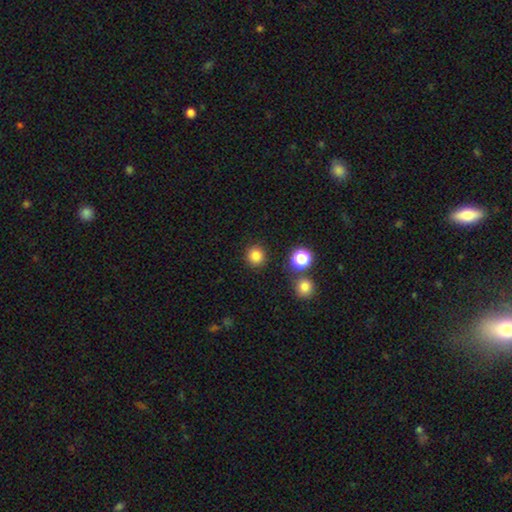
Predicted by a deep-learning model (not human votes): The model was most divided on "smooth or featured": smooth: 82%, star or artifact: 13%, featured or disk: 5%. More confident: how rounded — round (94%); merging — none (89%).